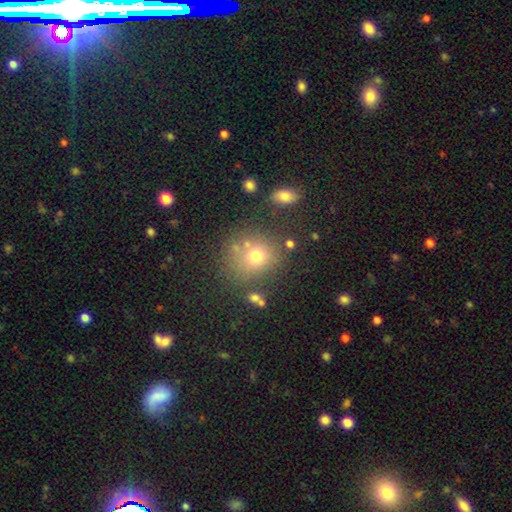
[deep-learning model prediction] Smooth or featured?
  - smooth: 69% *
  - star or artifact: 17%
  - featured or disk: 13%
How rounded?
  - round: 78% *
  - in between: 21%
  - cigar-shaped: 1%
Merging?
  - none: 68% *
  - minor disturbance: 14%
  - merger: 11%
  - major disturbance: 7%